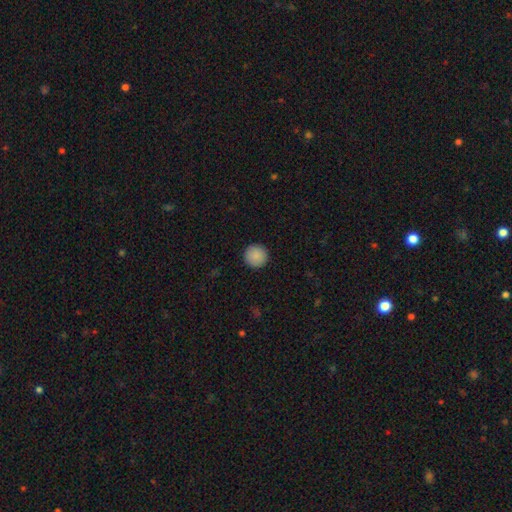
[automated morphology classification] Smooth or featured? Predicted: smooth (p=0.89). How rounded? Predicted: round (p=0.96). Merging? Predicted: none (p=0.93).